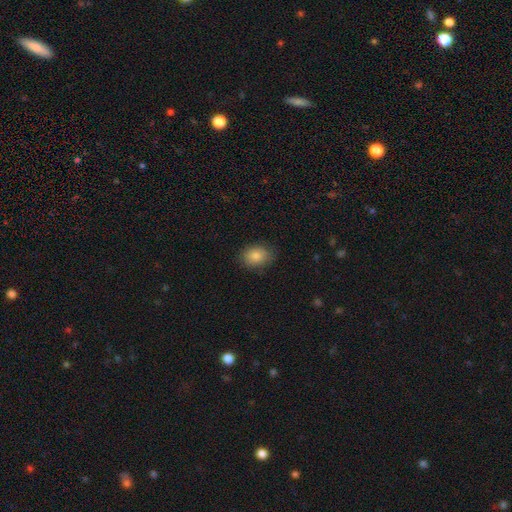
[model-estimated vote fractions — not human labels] Smooth or featured? smooth (84%)
How rounded? in between (69%)
Merging? none (84%)